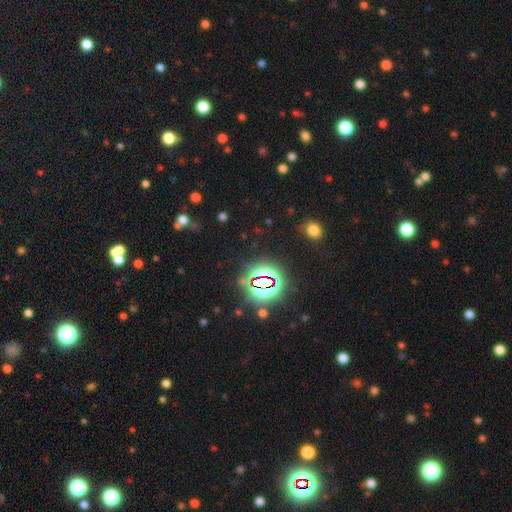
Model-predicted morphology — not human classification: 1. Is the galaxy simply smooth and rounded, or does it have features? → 79% star or artifact, 13% smooth, 8% featured or disk.